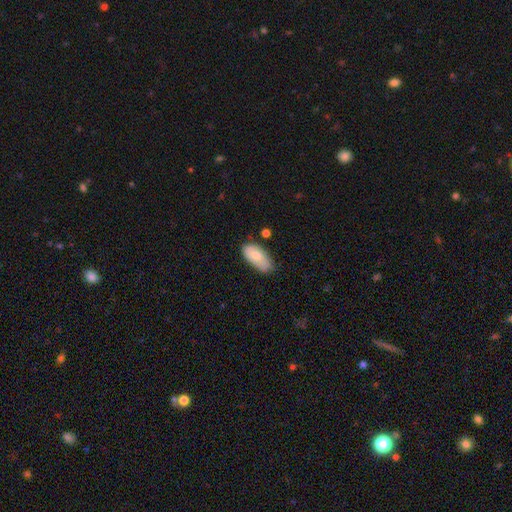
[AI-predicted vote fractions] smooth 77%, featured or disk 17%, star or artifact 6%. Down the decision tree: how rounded — in between (92%); merging — none (64%).